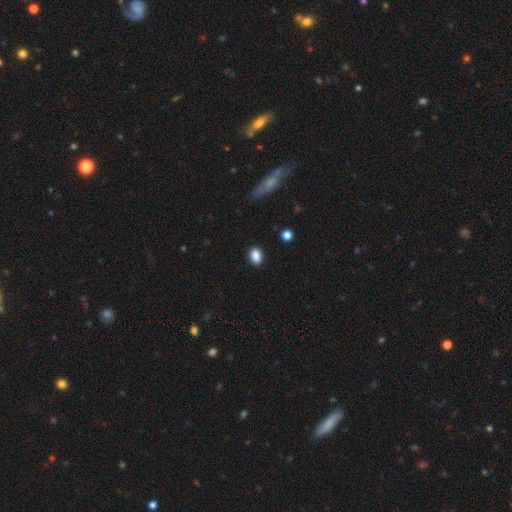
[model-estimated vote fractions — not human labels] Smooth or featured? smooth (87%)
How rounded? in between (76%)
Merging? none (86%)